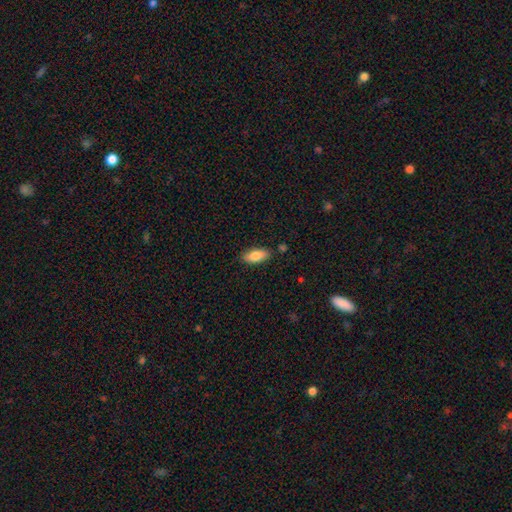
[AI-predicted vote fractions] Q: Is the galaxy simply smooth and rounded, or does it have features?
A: smooth — 80%.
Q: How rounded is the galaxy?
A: in between — 80%.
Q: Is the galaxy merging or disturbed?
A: none — 85%.